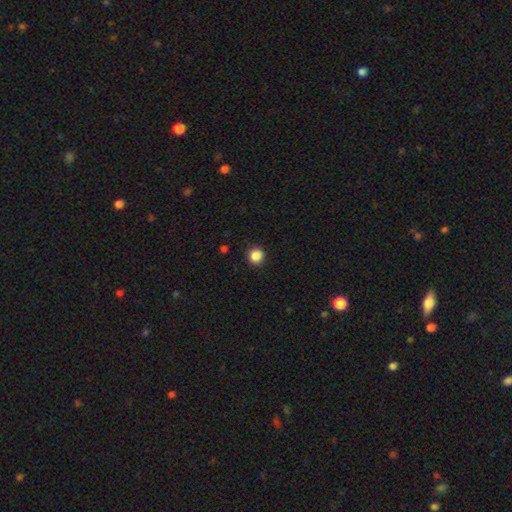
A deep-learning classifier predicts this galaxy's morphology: The model was most divided on "smooth or featured": smooth: 87%, star or artifact: 10%, featured or disk: 3%. More confident: how rounded — round (93%); merging — none (92%).